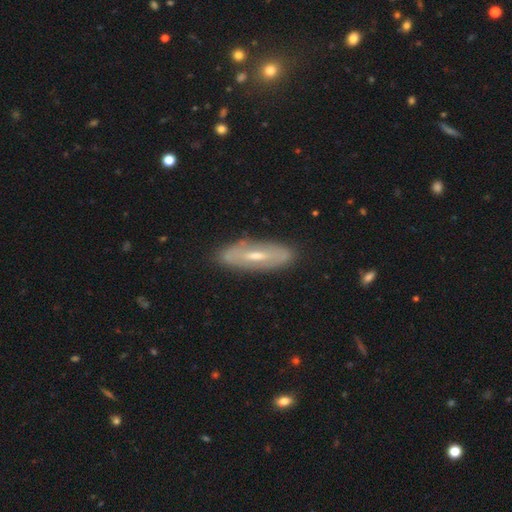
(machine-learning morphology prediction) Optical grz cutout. It shows a featured or disk galaxy (66%). Merging: none (85%).